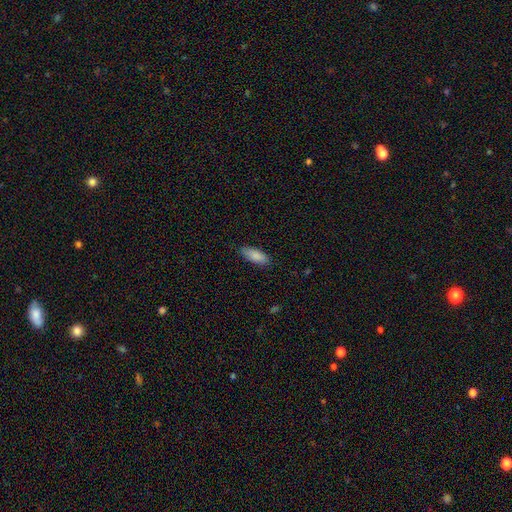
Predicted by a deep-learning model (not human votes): Overall: smooth (87%). How rounded: in between (73%). Merging: none (85%).